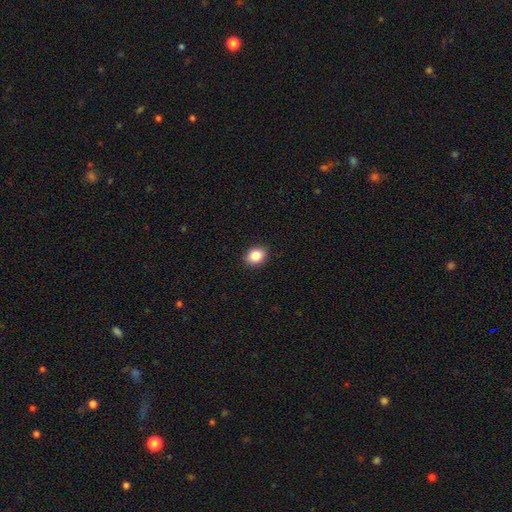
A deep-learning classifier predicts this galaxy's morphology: A smooth galaxy with no disk features (86%) that is in between round and cigar-shaped (62%). Merging: none (90%).